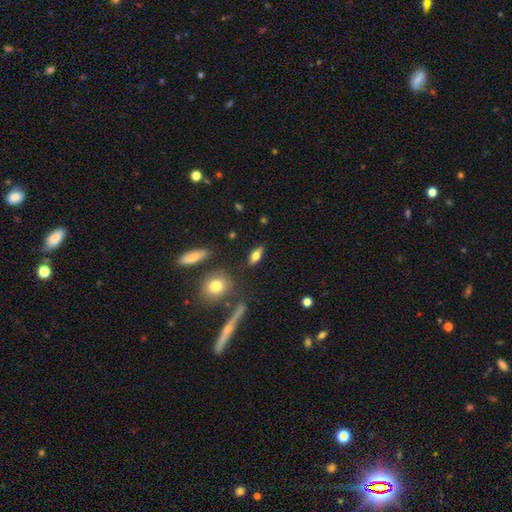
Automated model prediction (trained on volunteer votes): smooth_or_featured: smooth (p=0.68) [alt: featured or disk p=0.23]
how_rounded: in between (p=0.72) [alt: cigar-shaped p=0.21]
merging: none (p=0.79) [alt: minor disturbance p=0.12]